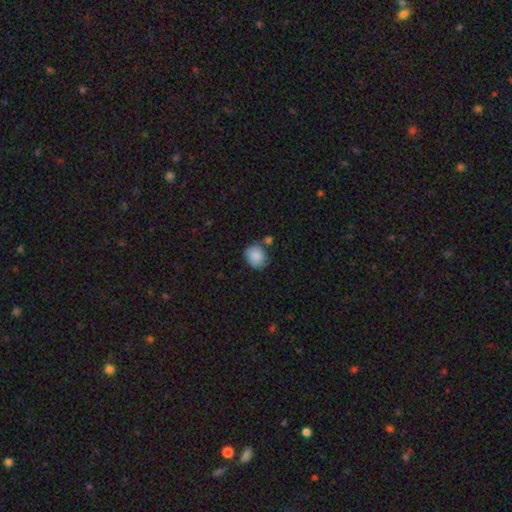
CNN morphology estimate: A smooth galaxy with no disk features (85%) that is round (71%).

Vote fractions:
- Smooth or featured? smooth: 85% / star or artifact: 7% / featured or disk: 7%
- How rounded? round: 71% / in between: 29% / cigar-shaped: 1%
- Merging? none: 63% / minor disturbance: 21% / merger: 11% / major disturbance: 5%